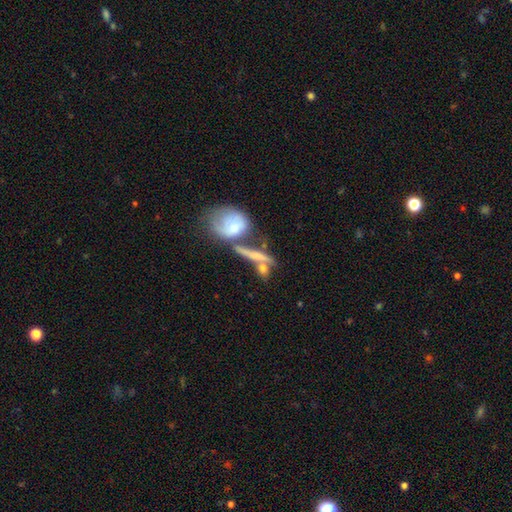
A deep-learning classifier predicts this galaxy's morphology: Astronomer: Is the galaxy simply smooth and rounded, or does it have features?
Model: featured or disk — 47% (runner-up: smooth, 42%).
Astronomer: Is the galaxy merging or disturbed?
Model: merger — 41% (runner-up: none, 34%).